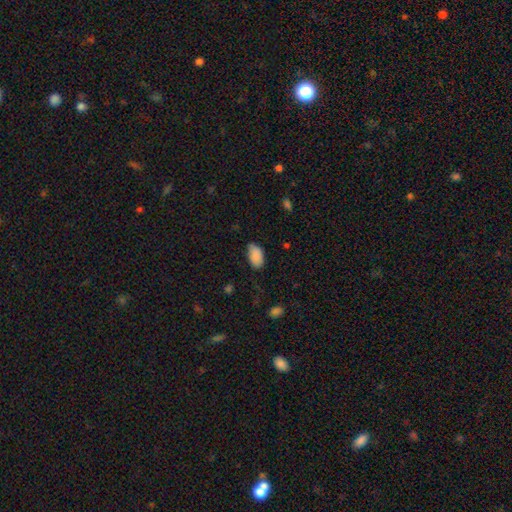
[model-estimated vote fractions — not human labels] Smooth or featured?
  - smooth: 88% *
  - star or artifact: 7%
  - featured or disk: 5%
How rounded?
  - in between: 94% *
  - round: 5%
  - cigar-shaped: 2%
Merging?
  - none: 71% *
  - minor disturbance: 24%
  - major disturbance: 4%
  - merger: 1%